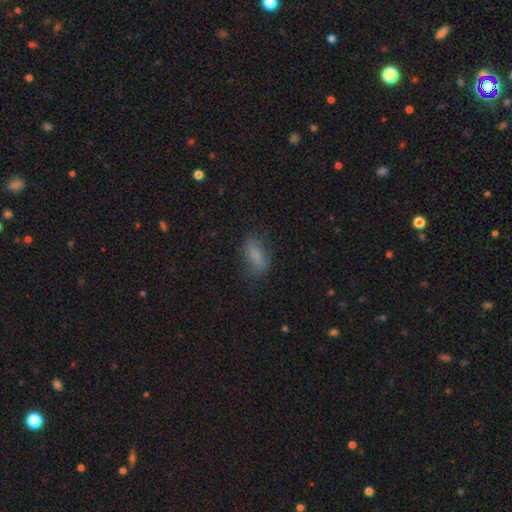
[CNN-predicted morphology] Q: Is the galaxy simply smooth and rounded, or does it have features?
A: smooth — 76%.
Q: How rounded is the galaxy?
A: in between — 81%.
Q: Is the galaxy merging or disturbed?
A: none — 68%.